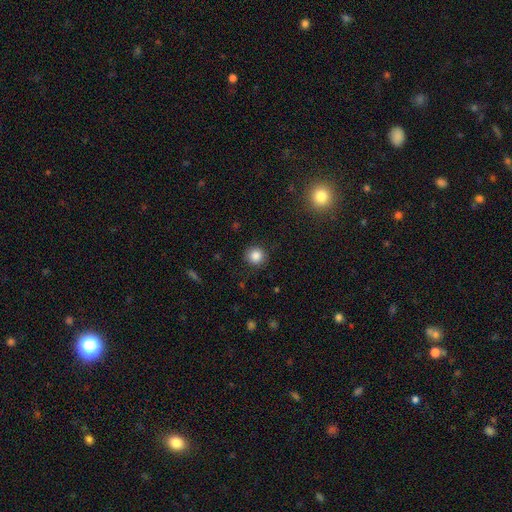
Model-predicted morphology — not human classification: Q: Smooth or featured?
A: smooth (85%); runner-up: star or artifact (11%)
Q: How rounded?
A: round (93%); runner-up: in between (6%)
Q: Merging?
A: none (89%); runner-up: minor disturbance (8%)